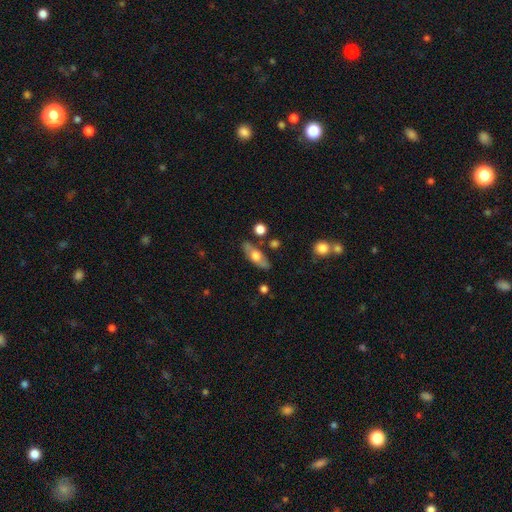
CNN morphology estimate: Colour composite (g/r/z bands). It shows a smooth galaxy with no disk features (53%) that is in between round and cigar-shaped (68%). Merging: none (80%).